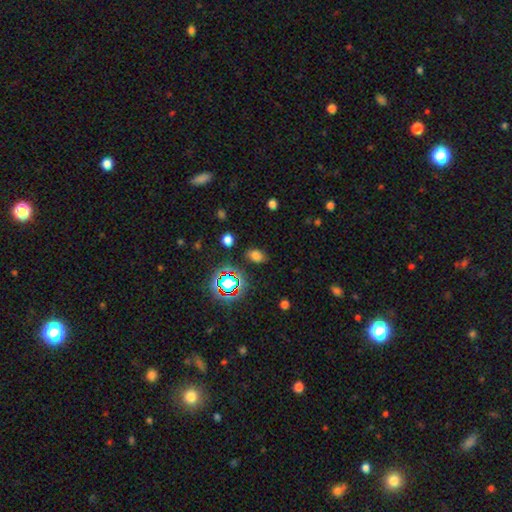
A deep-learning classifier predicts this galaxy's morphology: This appears to be a smooth galaxy with no disk features (69%) that is in between round and cigar-shaped (81%). Merging: none (78%).